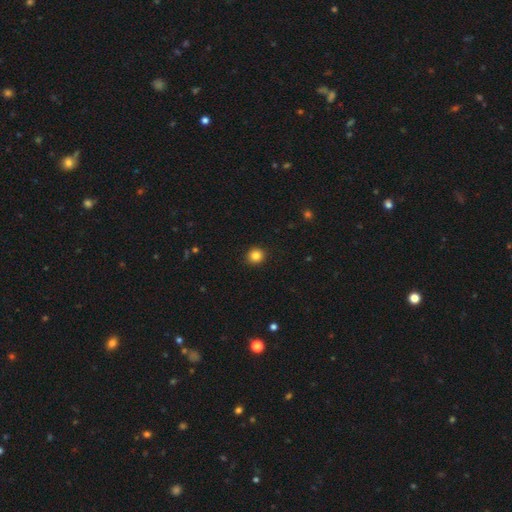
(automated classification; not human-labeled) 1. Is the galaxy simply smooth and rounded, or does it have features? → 84% smooth, 11% star or artifact, 4% featured or disk.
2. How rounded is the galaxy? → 91% round, 9% in between, 1% cigar-shaped.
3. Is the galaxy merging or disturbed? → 92% none, 5% minor disturbance, 2% major disturbance, 1% merger.